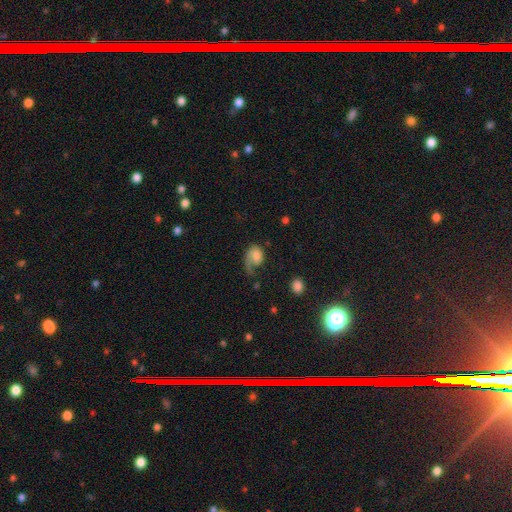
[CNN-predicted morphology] Overall: smooth (46%; featured or disk 45%). Merging: major disturbance (45%; none 30%).